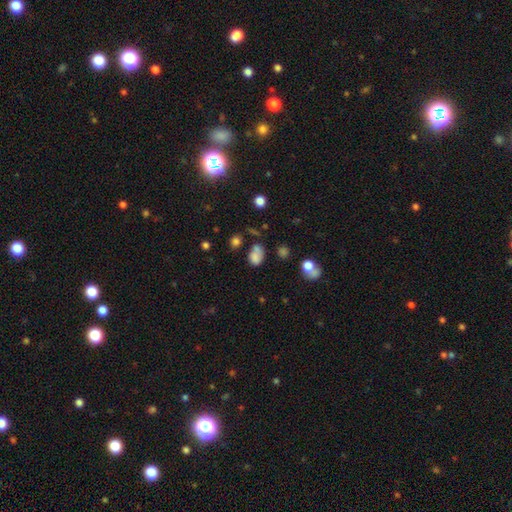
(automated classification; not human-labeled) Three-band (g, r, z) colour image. It shows a smooth galaxy with no disk features (73%) that is in between round and cigar-shaped (70%). Merging: none (38%).